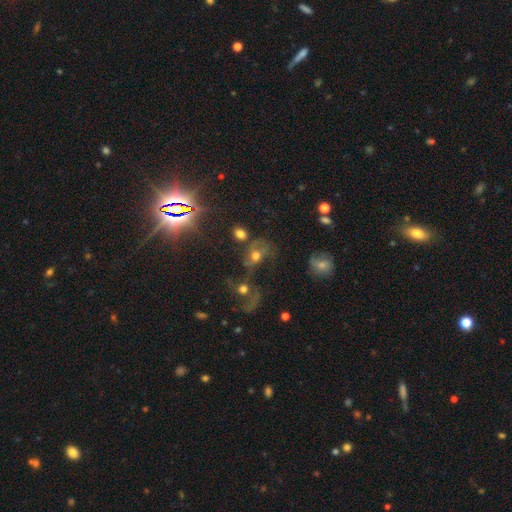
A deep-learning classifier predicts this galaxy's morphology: smooth-or-featured: smooth: 40% (tied) | featured or disk: 40% (tied) | star or artifact: 20%
  merging: none: 30% | merger: 29% | major disturbance: 26% | minor disturbance: 14%